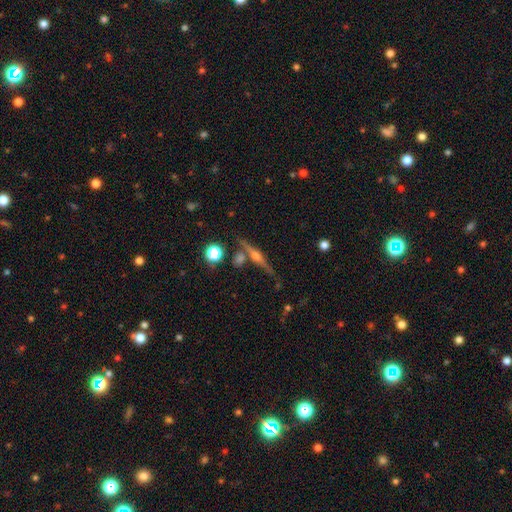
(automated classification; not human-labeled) This appears to be a featured or disk galaxy (77%) viewed edge-on (97%) with a rounded central bulge (92%). Merging: none (78%).